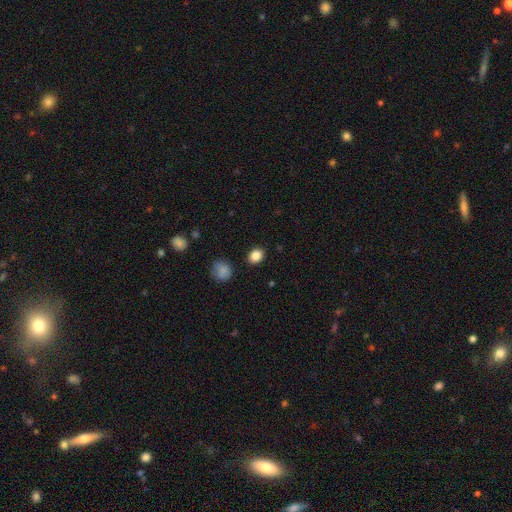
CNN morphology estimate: smooth-or-featured: smooth: 86% | star or artifact: 10% | featured or disk: 4%
  how-rounded: round: 51% | in between: 48% | cigar-shaped: 1%
  merging: none: 88% | minor disturbance: 8% | major disturbance: 2% | merger: 2%